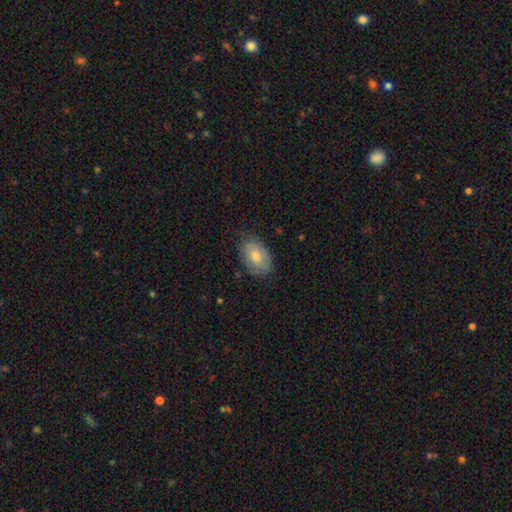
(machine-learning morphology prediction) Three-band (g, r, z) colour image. It shows a smooth galaxy with no disk features (65%) that is in between round and cigar-shaped (89%). Merging: none (76%).